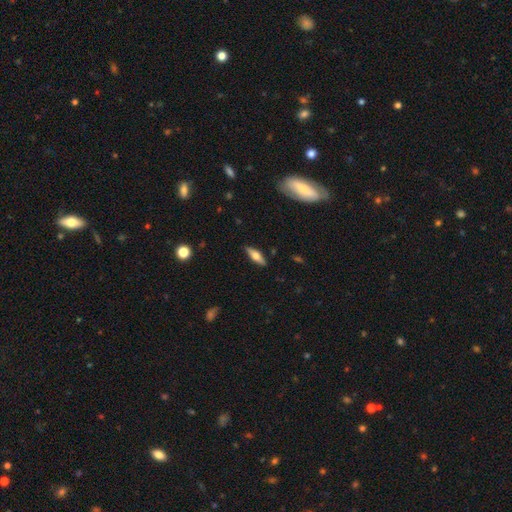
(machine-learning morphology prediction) smooth 51%, featured or disk 43%, star or artifact 6%. Down the decision tree: how rounded — in between (52%); merging — none (87%).